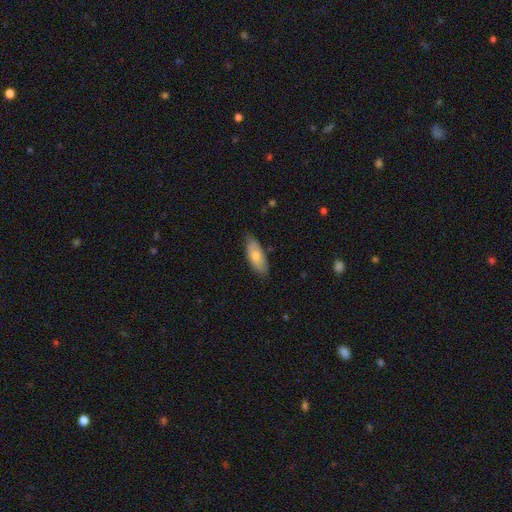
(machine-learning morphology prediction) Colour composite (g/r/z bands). It shows a smooth galaxy with no disk features (64%) that is in between round and cigar-shaped (82%). Merging: none (80%).